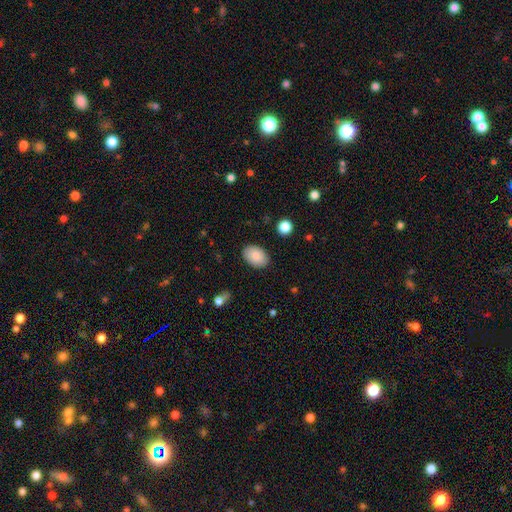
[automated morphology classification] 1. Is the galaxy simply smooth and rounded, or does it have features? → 88% smooth, 7% star or artifact, 5% featured or disk.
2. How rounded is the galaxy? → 89% in between, 10% round, 1% cigar-shaped.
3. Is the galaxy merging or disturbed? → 88% none, 9% minor disturbance, 2% major disturbance, 1% merger.